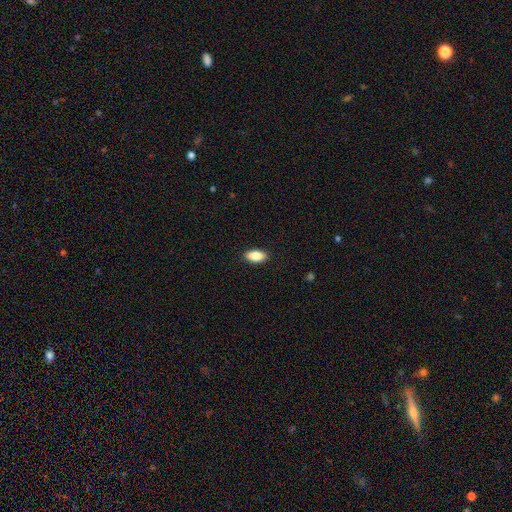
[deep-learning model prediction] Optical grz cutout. It shows a smooth galaxy with no disk features (86%) that is in between round and cigar-shaped (91%). Merging: none (90%).